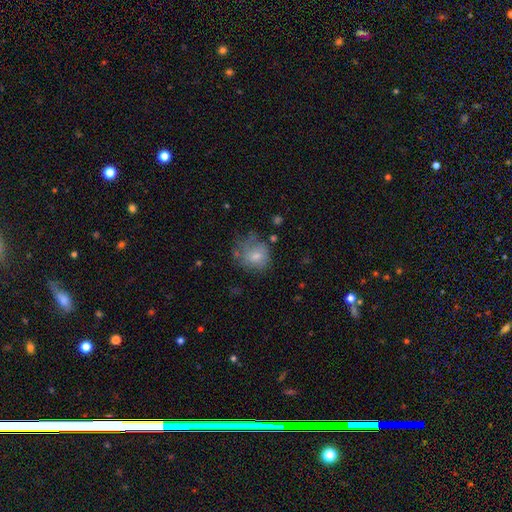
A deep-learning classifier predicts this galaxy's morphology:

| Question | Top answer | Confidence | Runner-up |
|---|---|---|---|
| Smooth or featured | smooth | 73% | featured or disk (18%) |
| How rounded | round | 72% | in between (28%) |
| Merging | none | 48% | minor disturbance (29%) |